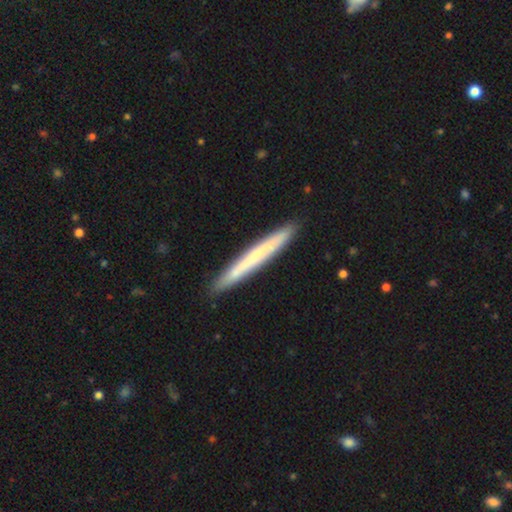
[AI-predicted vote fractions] A smooth galaxy with no disk features (52%) that is cigar-shaped (97%).

Vote fractions:
- Smooth or featured? smooth: 52% / featured or disk: 43% / star or artifact: 5%
- How rounded? cigar-shaped: 97% / in between: 2% / round: 1%
- Merging? none: 90% / minor disturbance: 7% / merger: 1% / major disturbance: 1%